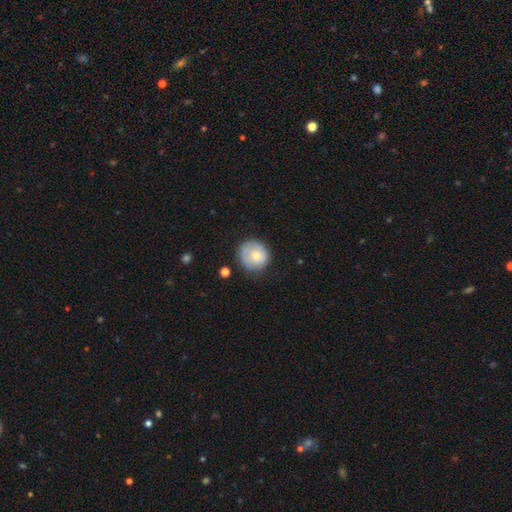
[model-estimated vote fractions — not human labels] This appears to be a smooth galaxy with no disk features (69%) that is round (88%). Merging: none (72%).